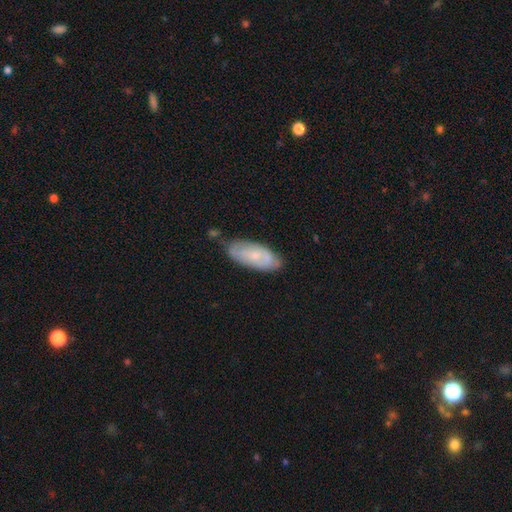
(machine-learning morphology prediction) A smooth galaxy with no disk features (54%) that is in between round and cigar-shaped (80%). Merging: none (66%).